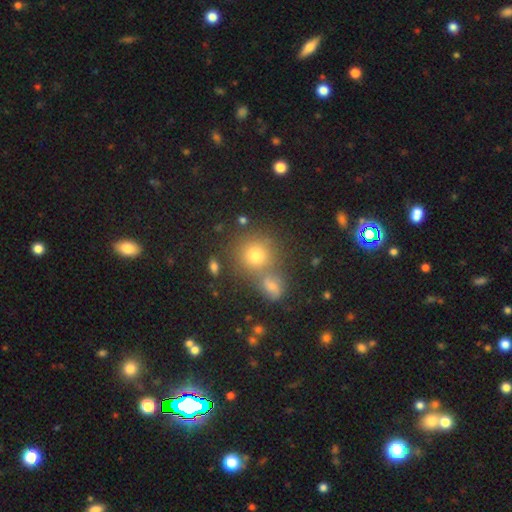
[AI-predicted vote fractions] Smooth or featured: smooth — 73% (star or artifact — 17%)
How rounded: round — 88% (in between — 11%)
Merging: none — 62% (merger — 25%)